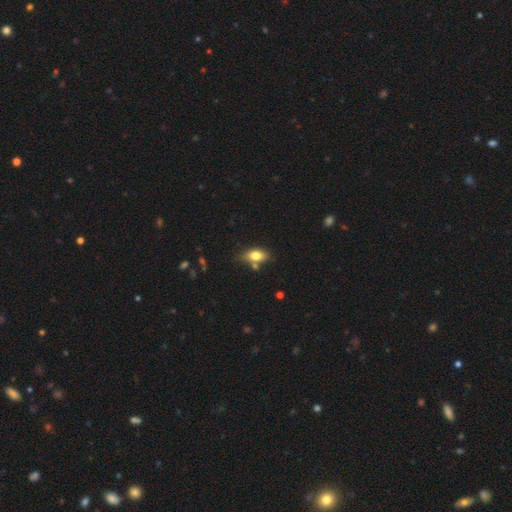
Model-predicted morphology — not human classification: smooth_or_featured: smooth (p=0.77) [alt: featured or disk p=0.15]
how_rounded: in between (p=0.87) [alt: round p=0.08]
merging: none (p=0.64) [alt: minor disturbance p=0.19]